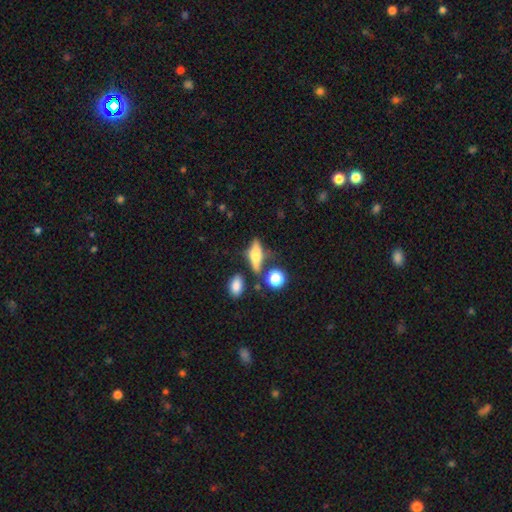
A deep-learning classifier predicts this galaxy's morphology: This is possibly a smooth galaxy (50%). How rounded: possibly in between (55%). Merging: possibly none (60%).